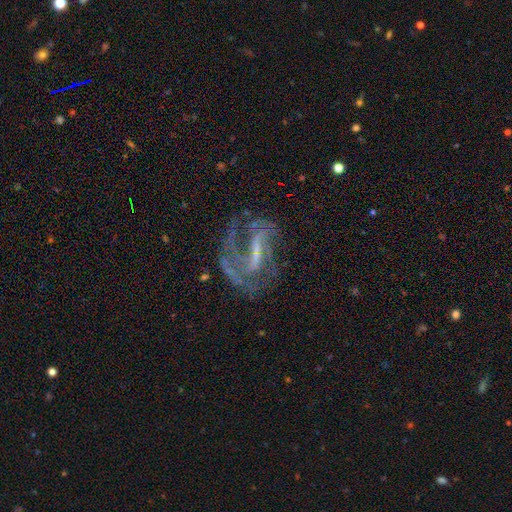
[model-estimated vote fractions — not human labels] Smooth or featured? Predicted: featured or disk (p=0.80). Edge-on disk? Predicted: no (p=0.93). Bar? Predicted: strong (p=0.57). Spiral arms? Predicted: yes (p=0.84). Spiral winding? Predicted: medium (p=0.46). Spiral arm count? Predicted: 2 (p=0.57). Bulge size? Predicted: none (p=0.43). Merging? Predicted: none (p=0.52).